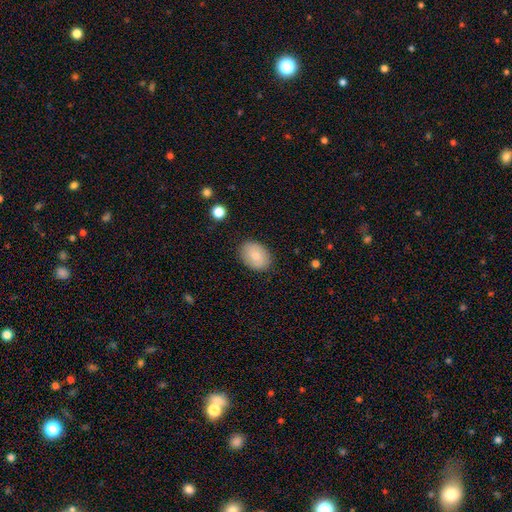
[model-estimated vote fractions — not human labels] Q: Smooth or featured?
A: smooth (77%); runner-up: featured or disk (16%)
Q: How rounded?
A: in between (76%); runner-up: round (23%)
Q: Merging?
A: none (85%); runner-up: minor disturbance (11%)